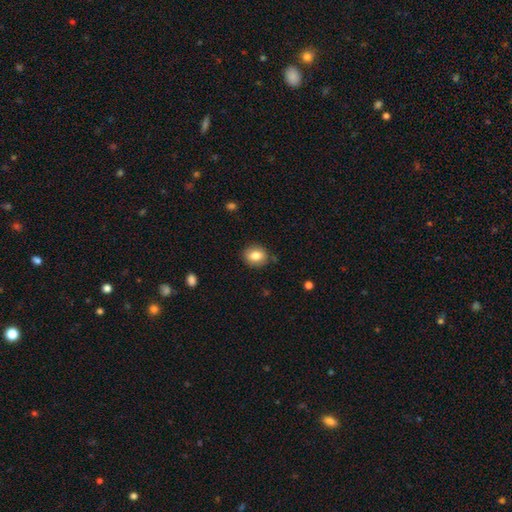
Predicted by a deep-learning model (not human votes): smooth-or-featured: smooth: 83% | star or artifact: 9% | featured or disk: 9%
  how-rounded: round: 56% | in between: 43% | cigar-shaped: 1%
  merging: none: 86% | minor disturbance: 10% | major disturbance: 2% | merger: 2%